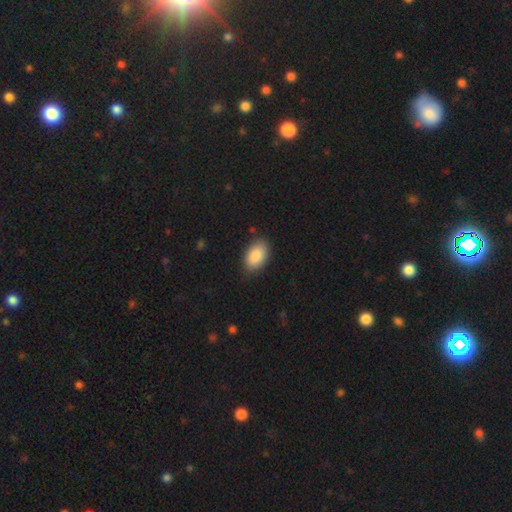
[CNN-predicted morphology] This is clearly a smooth galaxy (89%). How rounded: clearly in between (92%). Merging: clearly none (84%).